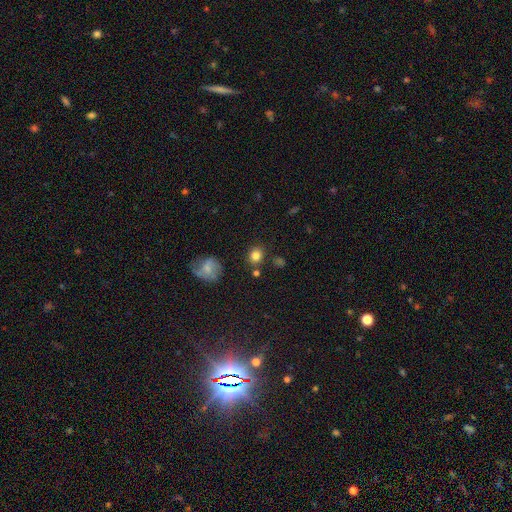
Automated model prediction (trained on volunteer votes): The model was most divided on "how rounded": round: 78%, in between: 21%, cigar-shaped: 1%. More confident: smooth or featured — smooth (82%); merging — none (82%).